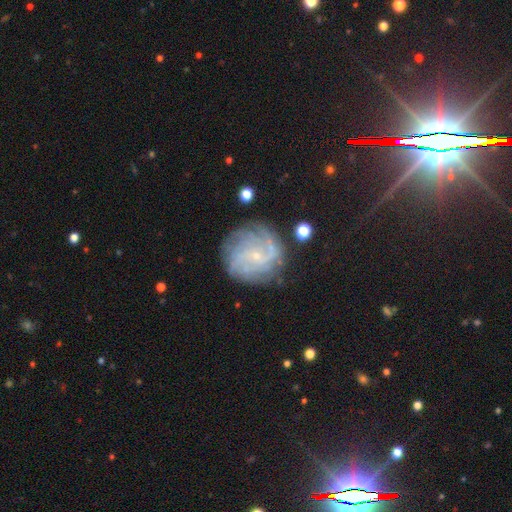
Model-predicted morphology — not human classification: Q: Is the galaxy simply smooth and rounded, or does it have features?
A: featured or disk — 79%.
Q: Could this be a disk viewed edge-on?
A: no — 97%.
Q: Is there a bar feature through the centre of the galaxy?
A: no — 61%.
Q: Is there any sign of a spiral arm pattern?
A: yes — 94%.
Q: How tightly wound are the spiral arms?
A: tight — 51%.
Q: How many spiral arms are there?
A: can't tell — 33%.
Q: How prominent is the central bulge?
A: small — 86%.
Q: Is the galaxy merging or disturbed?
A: none — 74%.